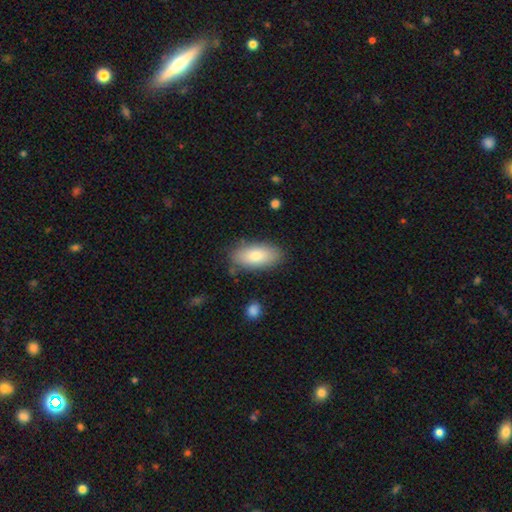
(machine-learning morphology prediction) A smooth galaxy with no disk features (81%) that is in between round and cigar-shaped (90%).

Vote fractions:
- Smooth or featured? smooth: 81% / featured or disk: 13% / star or artifact: 6%
- How rounded? in between: 90% / cigar-shaped: 7% / round: 3%
- Merging? none: 80% / minor disturbance: 14% / major disturbance: 3% / merger: 3%